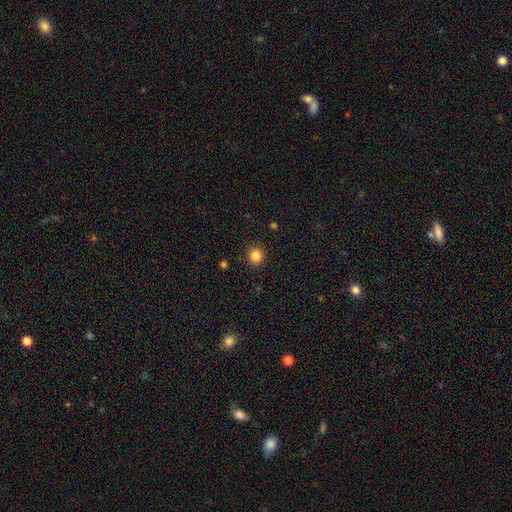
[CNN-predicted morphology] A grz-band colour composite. It shows a smooth galaxy with no disk features (85%) that is round (91%). Merging: none (91%).